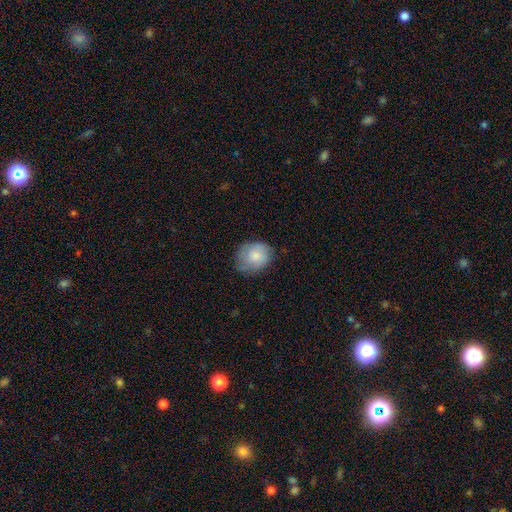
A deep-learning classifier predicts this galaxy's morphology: type=smooth (78%); roundness=round (58%); merging=none (66%).